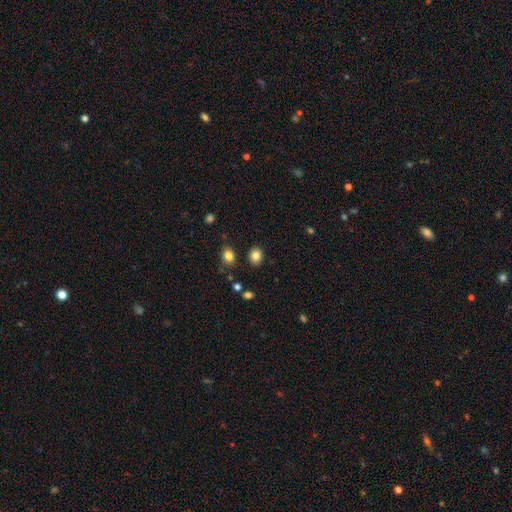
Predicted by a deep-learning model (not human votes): Smooth or featured?
  - smooth: 83% *
  - star or artifact: 10%
  - featured or disk: 6%
How rounded?
  - round: 54% *
  - in between: 45%
  - cigar-shaped: 1%
Merging?
  - none: 86% *
  - minor disturbance: 9%
  - merger: 3%
  - major disturbance: 2%